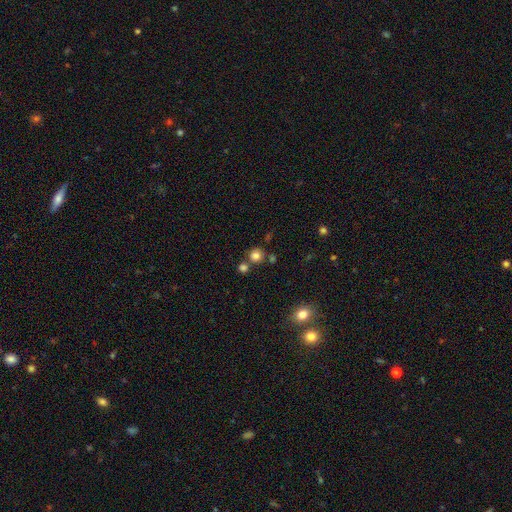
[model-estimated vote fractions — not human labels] A smooth galaxy with no disk features (79%) that is round (91%).

Vote fractions:
- Smooth or featured? smooth: 79% / star or artifact: 14% / featured or disk: 6%
- How rounded? round: 91% / in between: 8% / cigar-shaped: 1%
- Merging? none: 73% / merger: 16% / minor disturbance: 8% / major disturbance: 3%